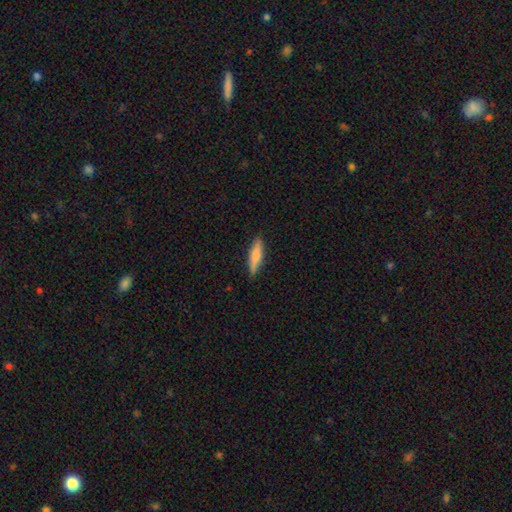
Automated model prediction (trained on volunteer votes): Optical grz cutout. It shows a smooth galaxy with no disk features (63%) that is cigar-shaped (77%). Merging: none (88%).